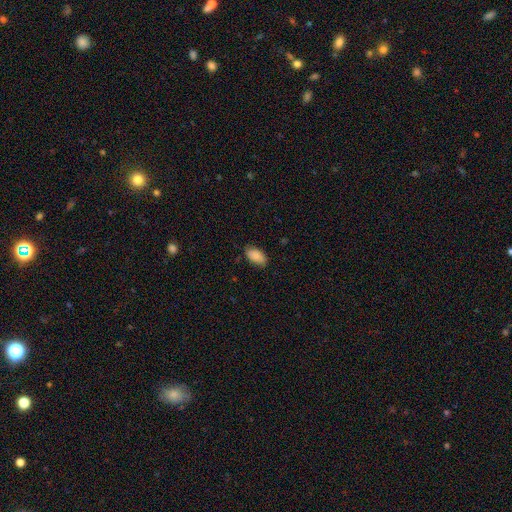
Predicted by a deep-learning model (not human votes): A smooth galaxy with no disk features (87%) that is in between round and cigar-shaped (94%). Merging: none (82%).